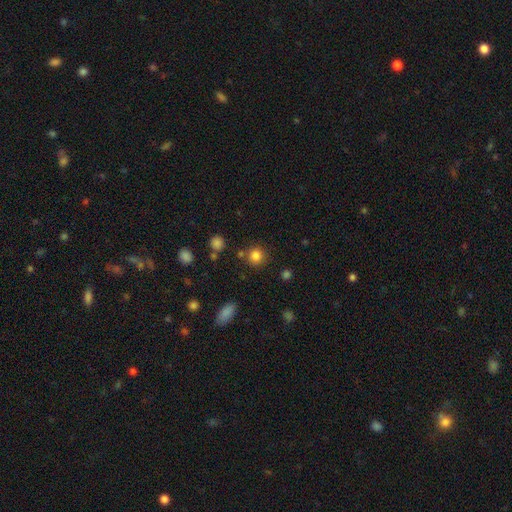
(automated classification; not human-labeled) A smooth galaxy with no disk features (83%) that is round (91%). Merging: none (81%).